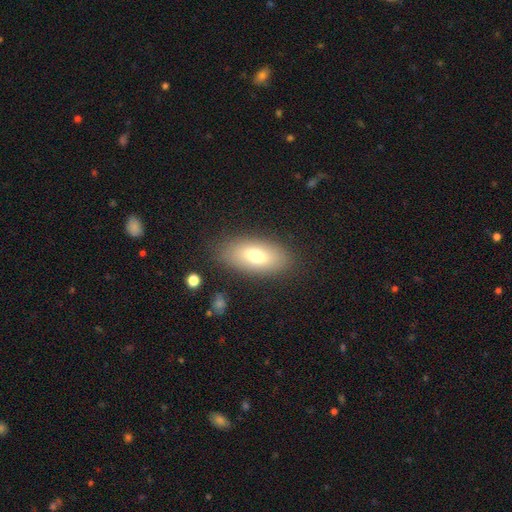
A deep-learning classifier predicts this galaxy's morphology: smooth-or-featured: smooth: 70% | featured or disk: 22% | star or artifact: 8%
  how-rounded: in between: 87% | cigar-shaped: 10% | round: 3%
  merging: none: 84% | minor disturbance: 10% | major disturbance: 4% | merger: 2%